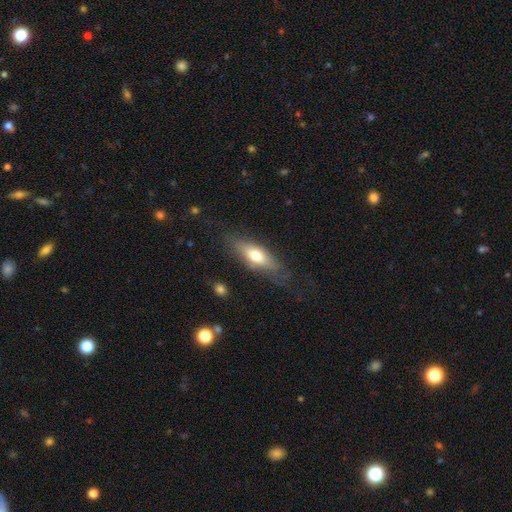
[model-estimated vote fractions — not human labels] This is possibly a smooth galaxy (60%). How rounded: possibly in between (59%). Merging: likely none (70%).